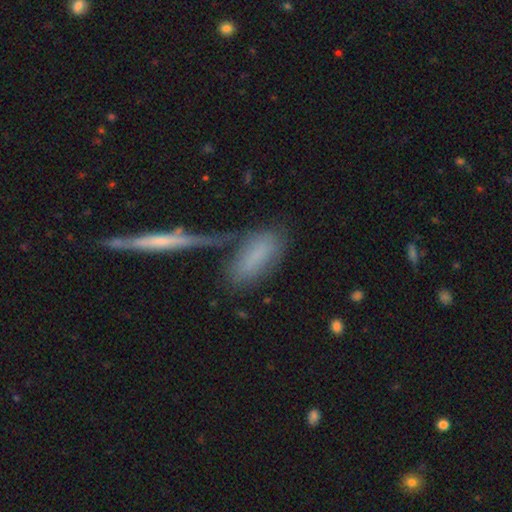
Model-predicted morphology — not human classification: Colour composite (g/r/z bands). It shows a smooth galaxy with no disk features (68%) that is in between round and cigar-shaped (63%). Merging: none (49%).